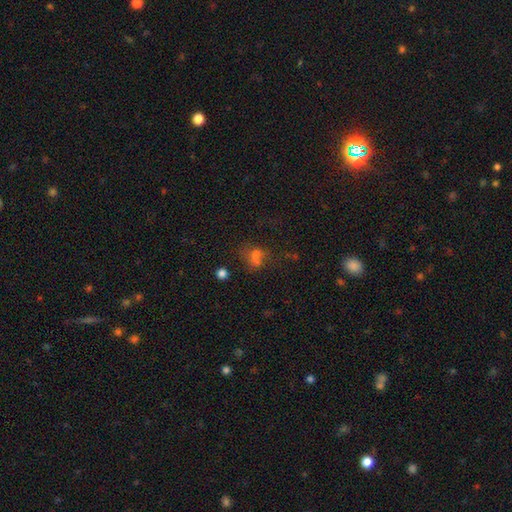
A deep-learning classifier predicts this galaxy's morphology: The model was most divided on "merging": none: 39%, merger: 34%, major disturbance: 14%, minor disturbance: 14%. More confident: how rounded — round (57%); smooth or featured — smooth (50%).